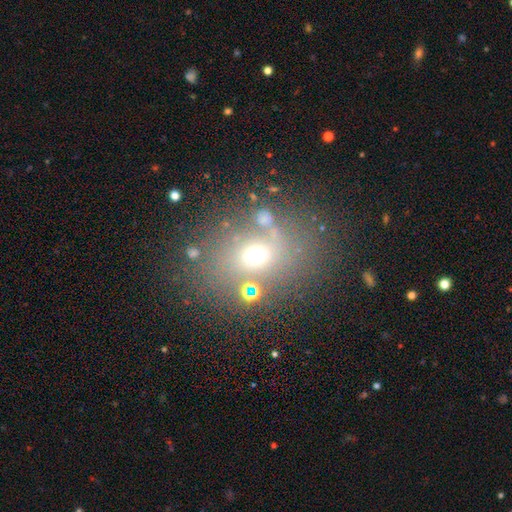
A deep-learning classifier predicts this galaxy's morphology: type=smooth (58%); roundness=in between (52%); merging=none (65%).